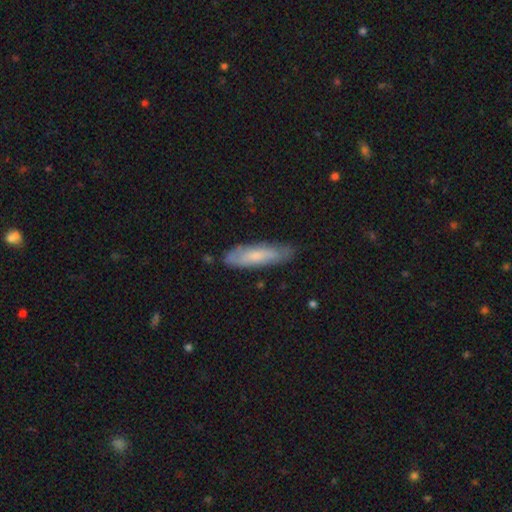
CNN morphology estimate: Smooth or featured? smooth (64%)
How rounded? cigar-shaped (67%)
Merging? none (75%)